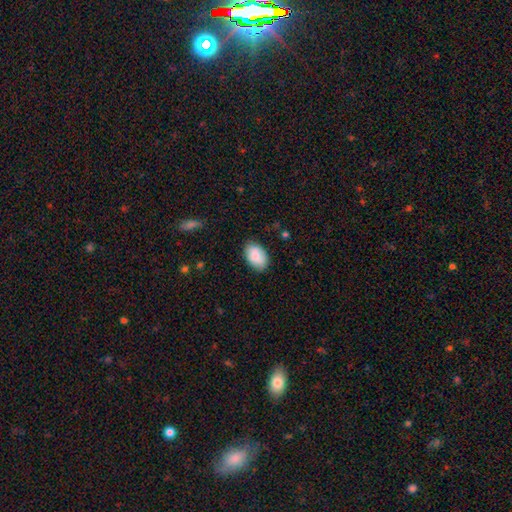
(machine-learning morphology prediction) A smooth galaxy with no disk features (85%) that is in between round and cigar-shaped (91%). Merging: none (81%).